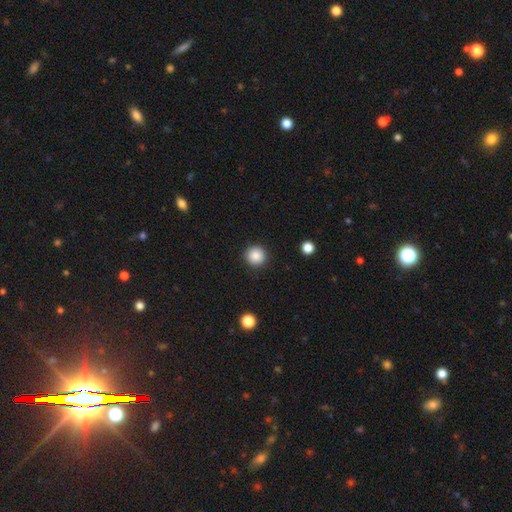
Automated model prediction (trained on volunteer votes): Smooth or featured? smooth (87%)
How rounded? round (95%)
Merging? none (92%)